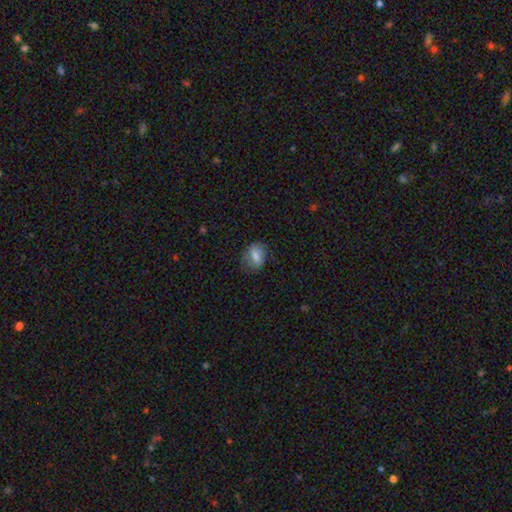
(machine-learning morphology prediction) This appears to be a smooth galaxy with no disk features (71%) that is in between round and cigar-shaped (66%). Merging: none (74%).